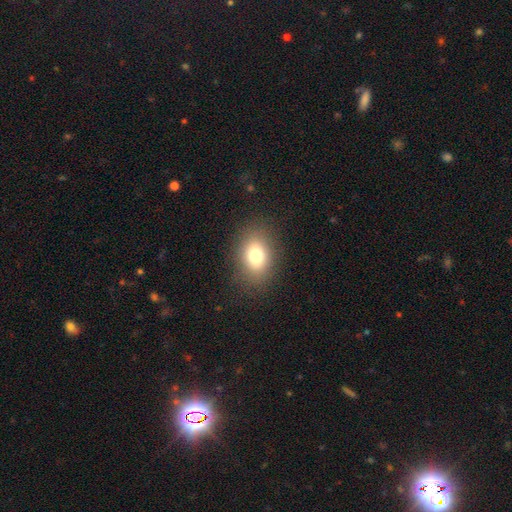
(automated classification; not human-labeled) smooth-or-featured: smooth: 77% | star or artifact: 12% | featured or disk: 11%
  how-rounded: in between: 72% | round: 26% | cigar-shaped: 1%
  merging: none: 85% | minor disturbance: 9% | major disturbance: 4% | merger: 1%